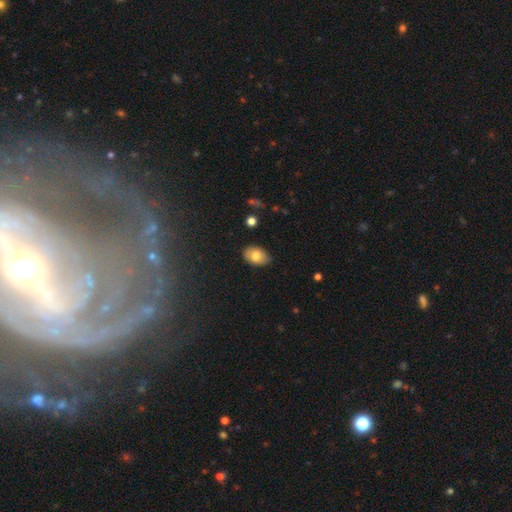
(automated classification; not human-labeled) A smooth galaxy with no disk features (77%) that is in between round and cigar-shaped (87%). Merging: none (78%).